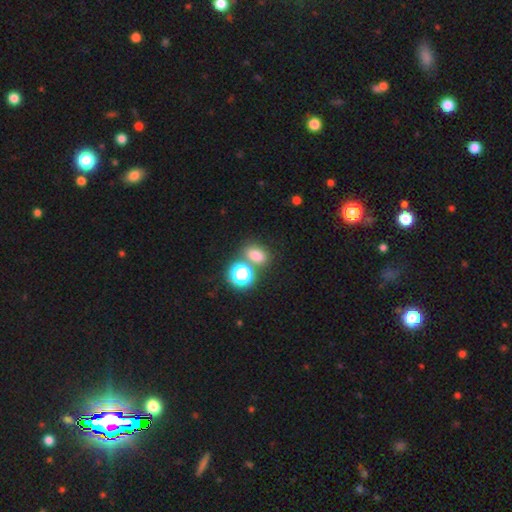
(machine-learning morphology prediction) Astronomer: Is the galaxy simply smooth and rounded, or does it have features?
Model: smooth — 72%.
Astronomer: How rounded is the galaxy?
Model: in between — 60% (runner-up: round, 38%).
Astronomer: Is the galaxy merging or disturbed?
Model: none — 63%.